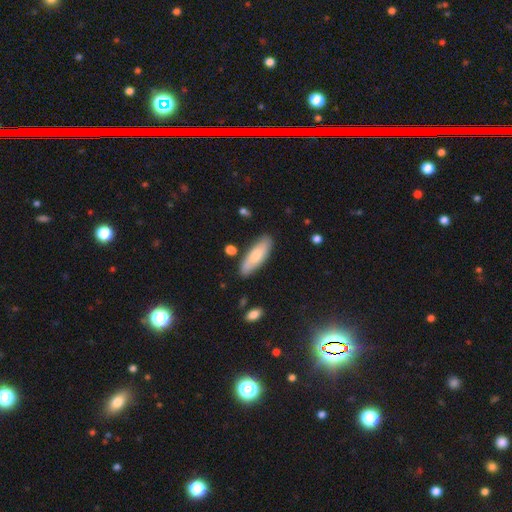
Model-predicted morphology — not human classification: Smooth or featured? Predicted: smooth (p=0.74). How rounded? Predicted: in between (p=0.61). Merging? Predicted: none (p=0.81).